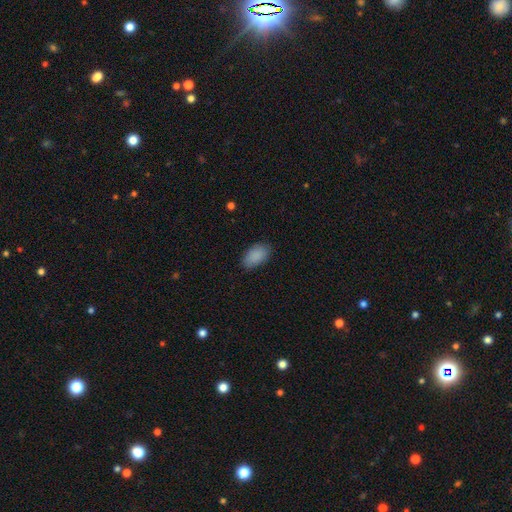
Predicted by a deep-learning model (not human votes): A smooth galaxy with no disk features (89%) that is in between round and cigar-shaped (94%).

Vote fractions:
- Smooth or featured? smooth: 89% / star or artifact: 7% / featured or disk: 4%
- How rounded? in between: 94% / round: 4% / cigar-shaped: 2%
- Merging? none: 83% / minor disturbance: 13% / major disturbance: 3% / merger: 1%